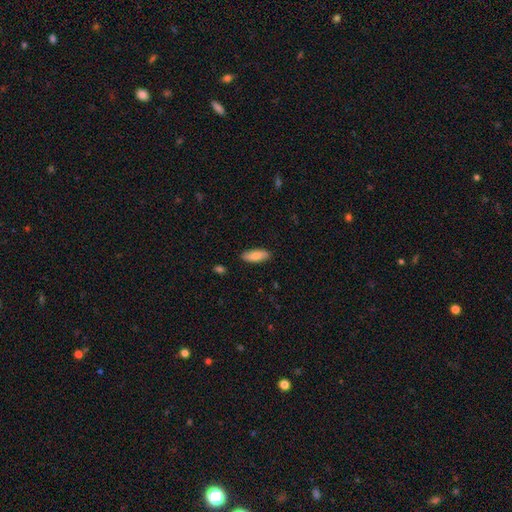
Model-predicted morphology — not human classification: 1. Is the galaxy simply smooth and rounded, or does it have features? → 80% smooth, 14% featured or disk, 6% star or artifact.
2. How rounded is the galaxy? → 74% in between, 24% cigar-shaped, 2% round.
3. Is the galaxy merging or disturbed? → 88% none, 9% minor disturbance, 2% major disturbance, 1% merger.